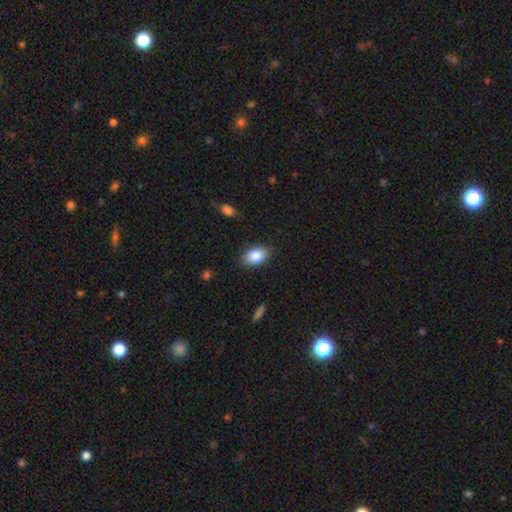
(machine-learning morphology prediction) smooth_or_featured: smooth (p=0.86) [alt: star or artifact p=0.07]
how_rounded: in between (p=0.89) [alt: round p=0.09]
merging: none (p=0.85) [alt: minor disturbance p=0.11]